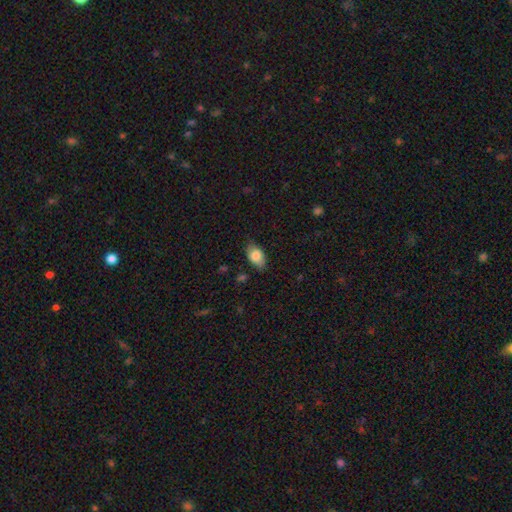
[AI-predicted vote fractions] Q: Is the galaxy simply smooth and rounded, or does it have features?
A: smooth — 82%.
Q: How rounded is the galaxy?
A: in between — 91%.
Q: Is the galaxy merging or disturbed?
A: none — 78%.